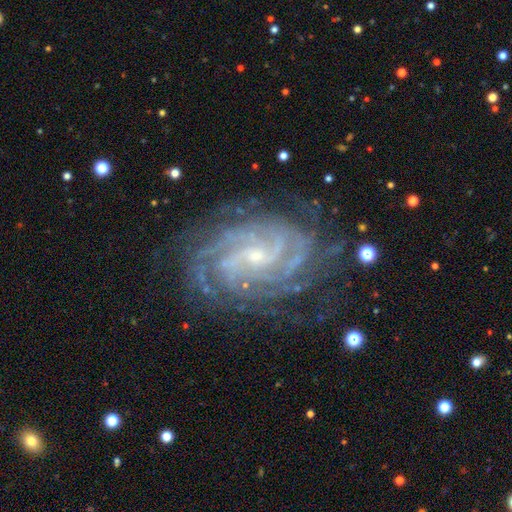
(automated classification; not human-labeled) smooth_or_featured: featured or disk (p=0.90) [alt: star or artifact p=0.06]
disk_edge_on: no (p=0.97) [alt: yes p=0.03]
bar: no (p=0.45) [alt: weak p=0.40]
has_spiral_arms: yes (p=0.98) [alt: no p=0.02]
spiral_winding: tight (p=0.74) [alt: medium p=0.23]
spiral_arm_count: 4 (p=0.26) [alt: more than 4 p=0.21]
bulge_size: small (p=0.78) [alt: moderate p=0.17]
merging: none (p=0.78) [alt: minor disturbance p=0.15]